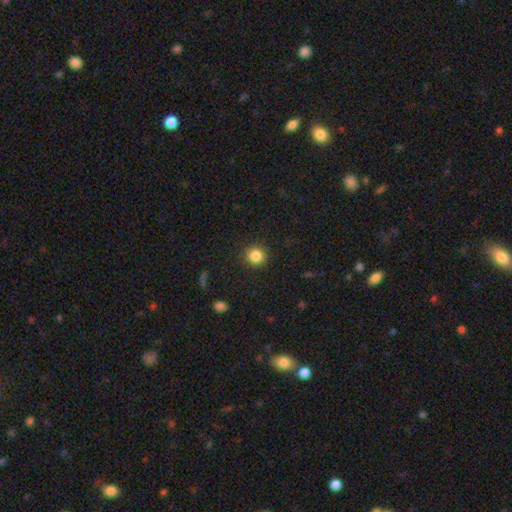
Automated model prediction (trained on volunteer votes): Morphology: type=smooth (85%); roundness=round (92%); merging=none (91%).